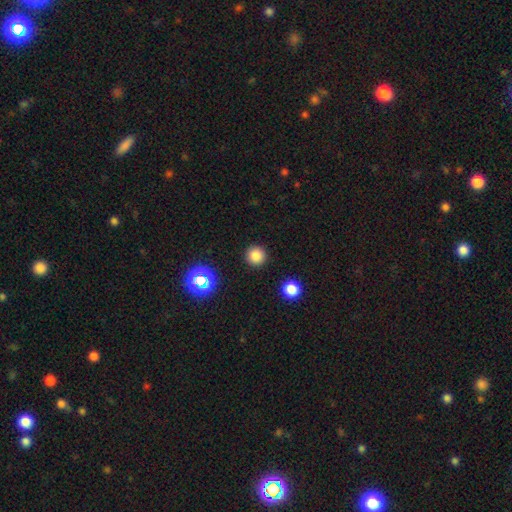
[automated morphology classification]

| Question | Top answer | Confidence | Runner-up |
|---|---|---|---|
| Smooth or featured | smooth | 81% | star or artifact (15%) |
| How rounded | round | 96% | in between (3%) |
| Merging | none | 92% | minor disturbance (5%) |